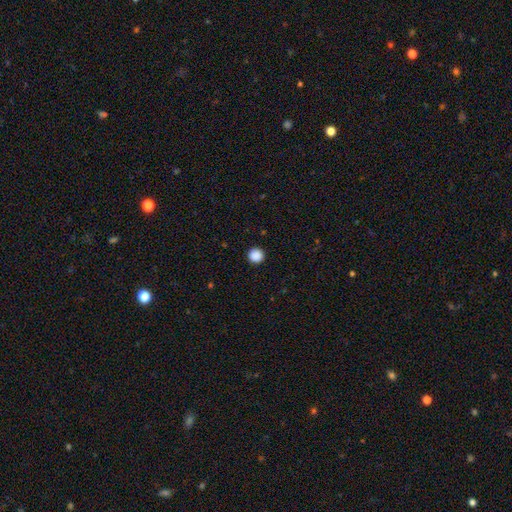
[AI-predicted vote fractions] Smooth or featured? smooth (88%)
How rounded? round (96%)
Merging? none (93%)